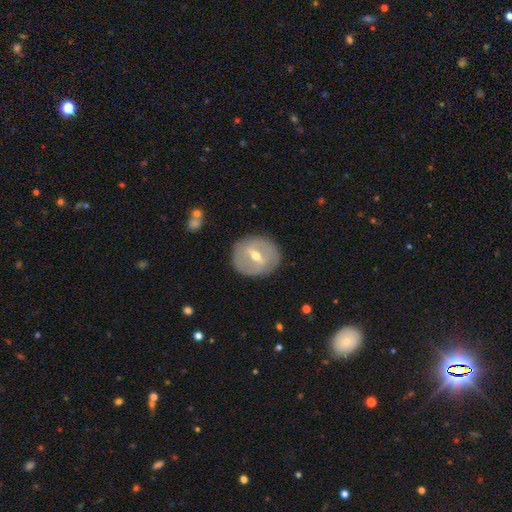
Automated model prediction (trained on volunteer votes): This is likely a featured or disk galaxy (64%). It is clearly not viewed edge-on (92%). Bar: possibly weak (46%). Spiral arm pattern: likely no (61%). Central bulge: likely moderate (66%). Merging: clearly none (84%).